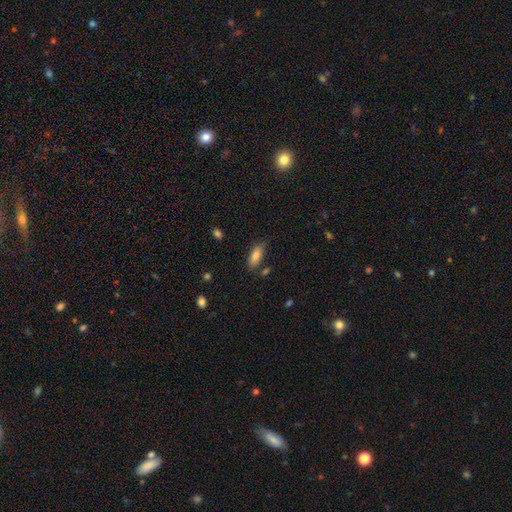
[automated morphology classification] This appears to be a smooth galaxy with no disk features (77%) that is in between round and cigar-shaped (77%). Merging: none (72%).